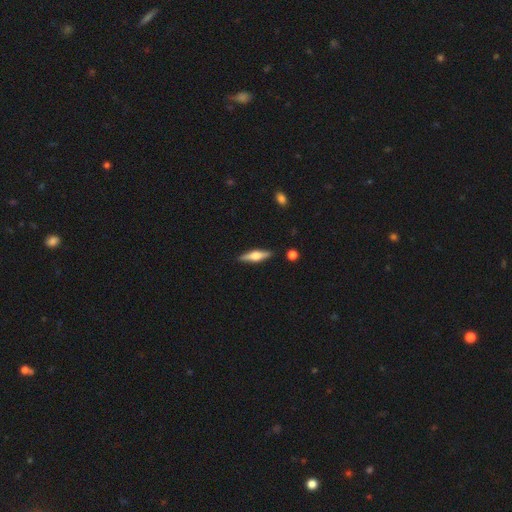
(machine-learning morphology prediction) This is likely a featured or disk galaxy (64%). It is clearly viewed edge-on (96%). Edge-on bulge: clearly rounded (92%). Merging: clearly none (89%).